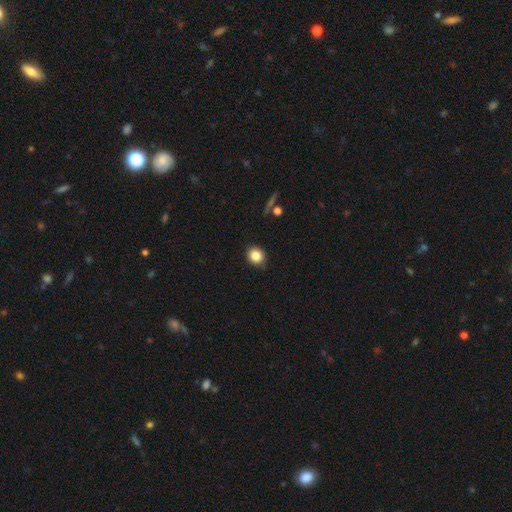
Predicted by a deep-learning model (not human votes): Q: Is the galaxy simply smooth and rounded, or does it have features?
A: smooth — 84%.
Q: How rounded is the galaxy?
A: round — 83%.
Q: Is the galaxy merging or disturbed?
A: none — 89%.